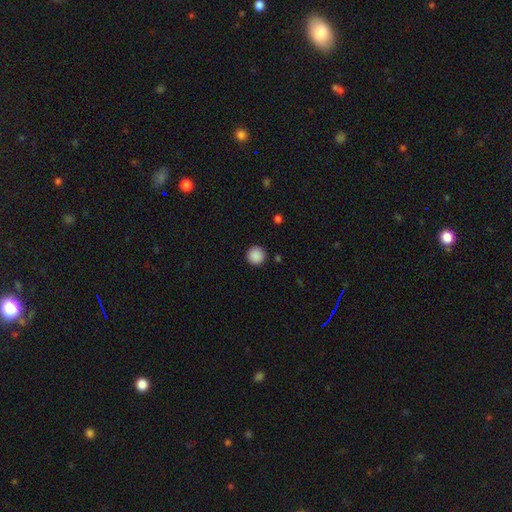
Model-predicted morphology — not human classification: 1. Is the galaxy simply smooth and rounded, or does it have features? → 88% smooth, 9% star or artifact, 3% featured or disk.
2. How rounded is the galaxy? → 95% round, 4% in between, 1% cigar-shaped.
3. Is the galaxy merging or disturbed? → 91% none, 6% minor disturbance, 2% major disturbance, 1% merger.